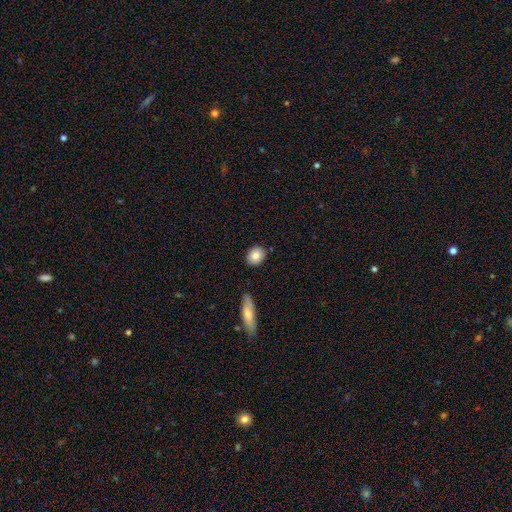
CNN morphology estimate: A smooth galaxy with no disk features (83%) that is round (69%). Merging: none (87%).